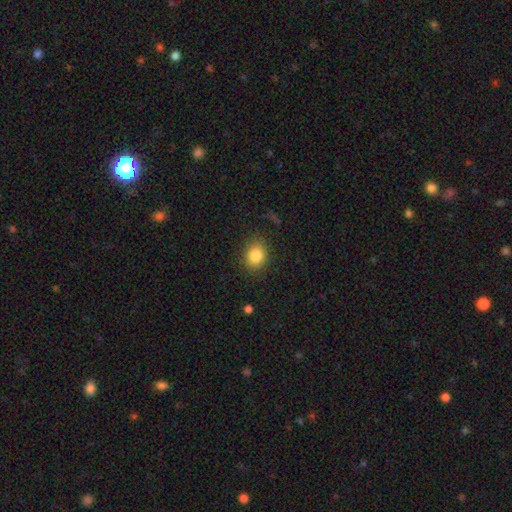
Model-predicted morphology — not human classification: Smooth or featured?
  - smooth: 84% *
  - star or artifact: 10%
  - featured or disk: 6%
How rounded?
  - round: 58% *
  - in between: 41%
  - cigar-shaped: 1%
Merging?
  - none: 84% *
  - minor disturbance: 11%
  - major disturbance: 3%
  - merger: 1%